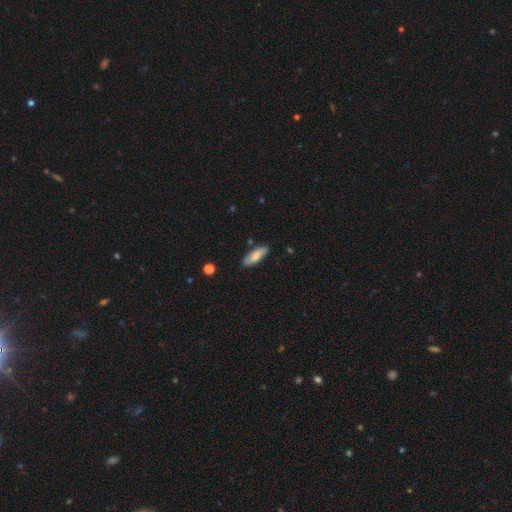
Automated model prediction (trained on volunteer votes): A smooth galaxy with no disk features (69%) that is in between round and cigar-shaped (56%). Merging: none (84%).